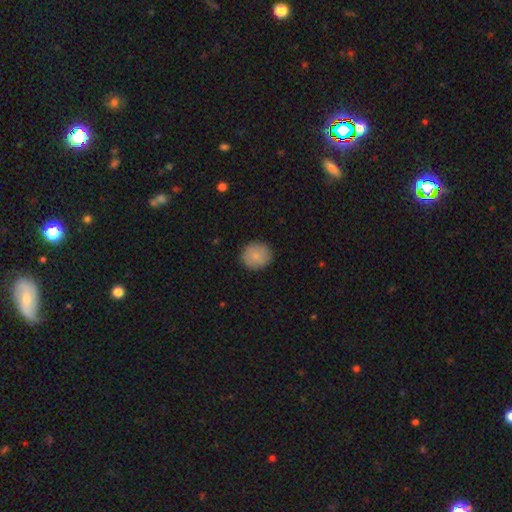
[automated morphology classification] type=smooth (83%); roundness=round (87%); merging=none (88%).